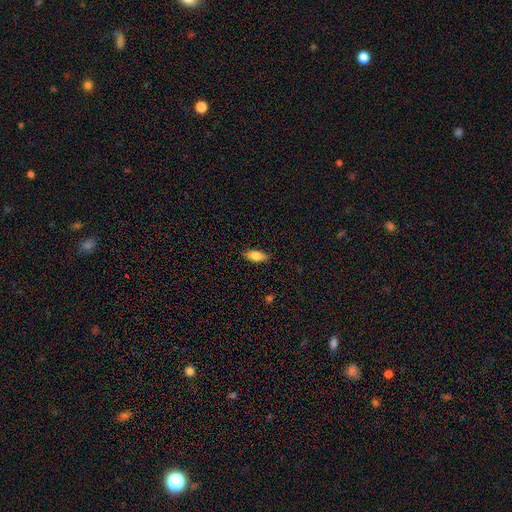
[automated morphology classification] smooth 79%, featured or disk 14%, star or artifact 7%. Down the decision tree: how rounded — in between (77%); merging — none (85%).